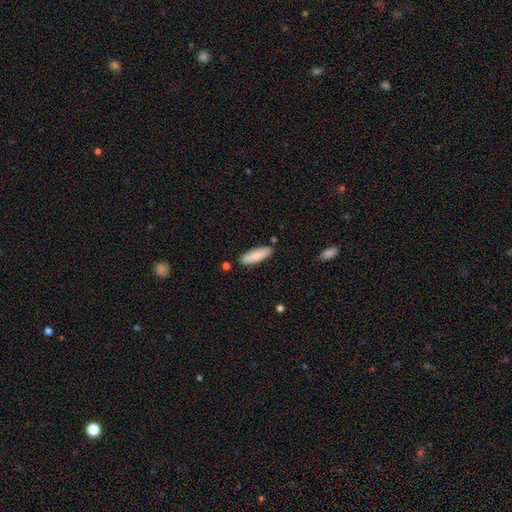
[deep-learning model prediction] This appears to be a smooth galaxy with no disk features (83%) that is in between round and cigar-shaped (50%). Merging: none (84%).